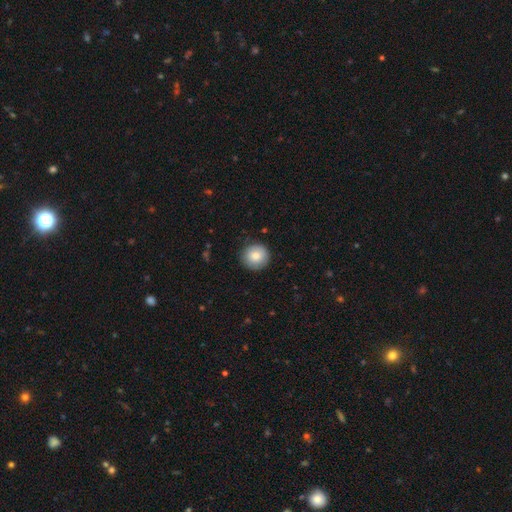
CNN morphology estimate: This appears to be a smooth galaxy with no disk features (81%) that is round (94%). Merging: none (88%).